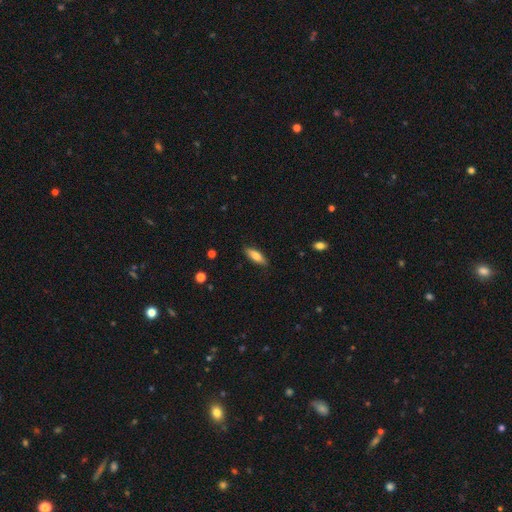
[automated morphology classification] Q: Smooth or featured?
A: smooth (76%); runner-up: featured or disk (18%)
Q: How rounded?
A: in between (55%); runner-up: cigar-shaped (44%)
Q: Merging?
A: none (85%); runner-up: minor disturbance (12%)